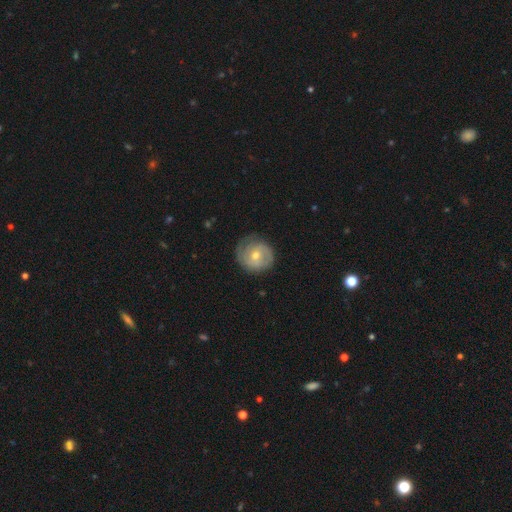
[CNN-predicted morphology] smooth_or_featured: featured or disk (p=0.68) [alt: smooth p=0.26]
disk_edge_on: no (p=0.97) [alt: yes p=0.03]
bar: no (p=0.63) [alt: weak p=0.30]
has_spiral_arms: yes (p=0.85) [alt: no p=0.15]
spiral_winding: tight (p=0.62) [alt: medium p=0.29]
spiral_arm_count: 2 (p=0.48) [alt: can't tell p=0.28]
bulge_size: moderate (p=0.57) [alt: small p=0.40]
merging: none (p=0.75) [alt: minor disturbance p=0.18]